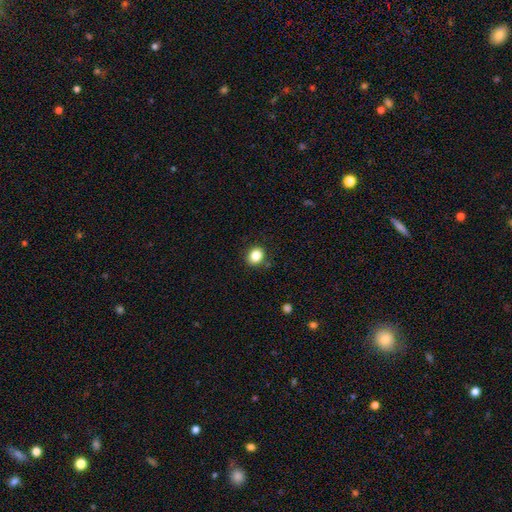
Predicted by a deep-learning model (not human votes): Smooth or featured? smooth (85%)
How rounded? round (65%)
Merging? none (86%)